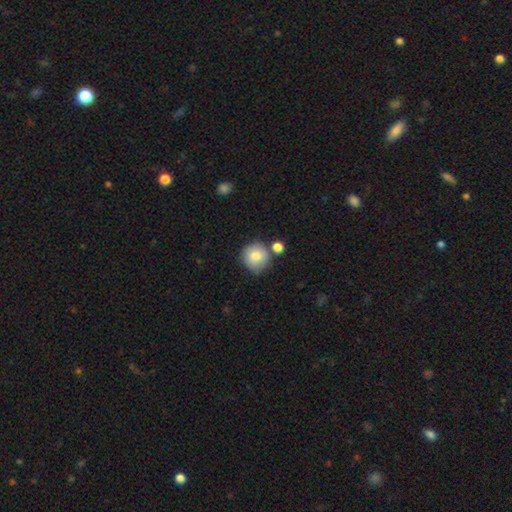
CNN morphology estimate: Smooth or featured?
  - smooth: 81% *
  - featured or disk: 11%
  - star or artifact: 8%
How rounded?
  - round: 92% *
  - in between: 7%
  - cigar-shaped: 1%
Merging?
  - none: 71% *
  - minor disturbance: 13%
  - merger: 13%
  - major disturbance: 3%